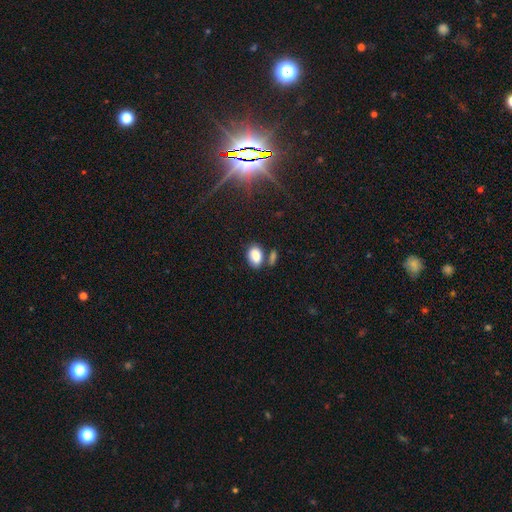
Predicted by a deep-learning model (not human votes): A smooth galaxy with no disk features (85%) that is in between round and cigar-shaped (85%).

Vote fractions:
- Smooth or featured? smooth: 85% / star or artifact: 9% / featured or disk: 6%
- How rounded? in between: 85% / round: 13% / cigar-shaped: 2%
- Merging? none: 59% / merger: 21% / minor disturbance: 16% / major disturbance: 5%